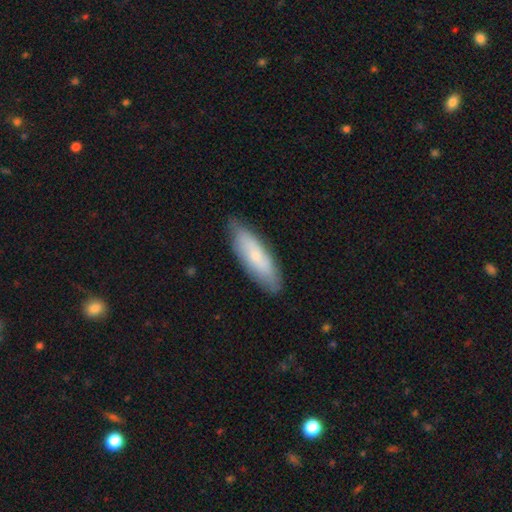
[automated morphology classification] type=smooth (68%); roundness=cigar-shaped (52%); merging=none (80%).